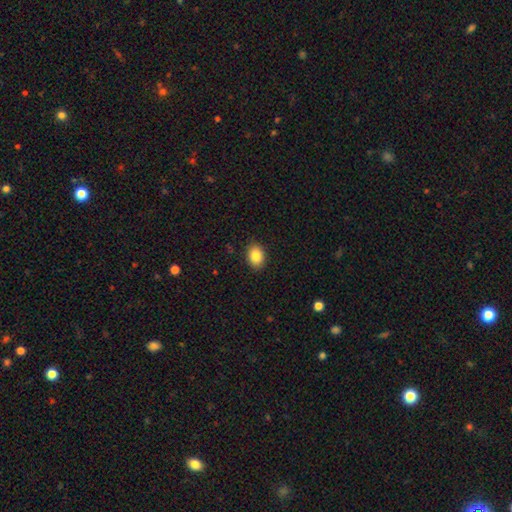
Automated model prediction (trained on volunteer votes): The model was most divided on "how rounded": in between: 68%, round: 31%, cigar-shaped: 1%. More confident: merging — none (89%); smooth or featured — smooth (86%).